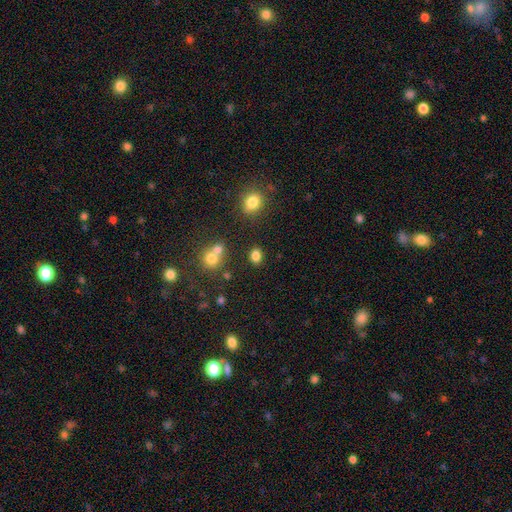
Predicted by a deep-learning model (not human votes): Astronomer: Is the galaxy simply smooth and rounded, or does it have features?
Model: smooth — 81%.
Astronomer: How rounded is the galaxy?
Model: in between — 57% (runner-up: round, 42%).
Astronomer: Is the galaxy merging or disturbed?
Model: none — 79%.